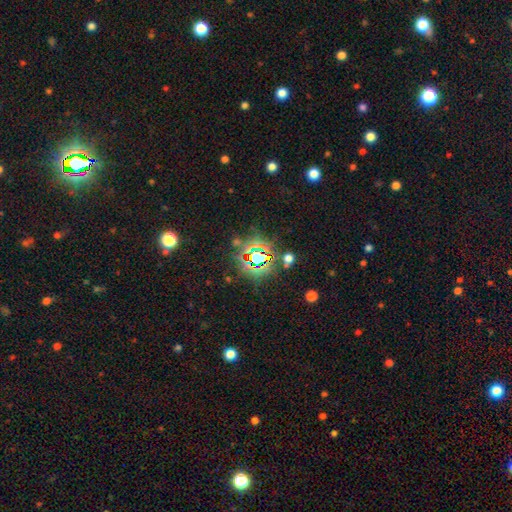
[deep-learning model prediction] Q: Smooth or featured?
A: star or artifact (76%); runner-up: smooth (15%)